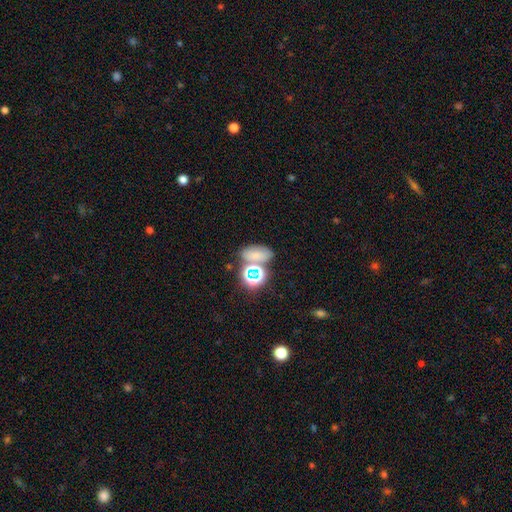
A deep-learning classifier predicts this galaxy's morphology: smooth-or-featured: smooth: 61% | star or artifact: 27% | featured or disk: 12%
  how-rounded: in between: 79% | round: 18% | cigar-shaped: 3%
  merging: none: 55% | merger: 25% | minor disturbance: 14% | major disturbance: 6%